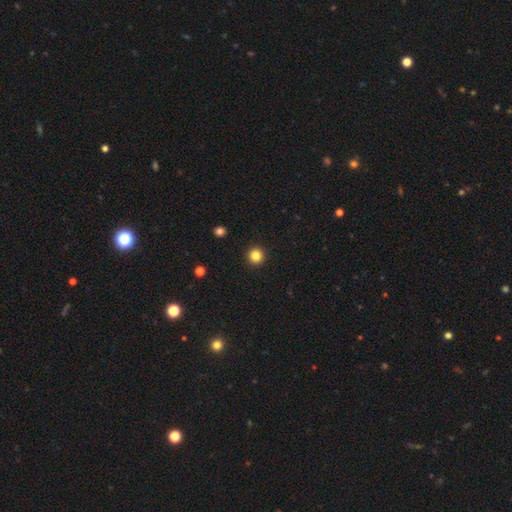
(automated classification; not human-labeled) Smooth or featured? smooth (84%)
How rounded? round (96%)
Merging? none (94%)